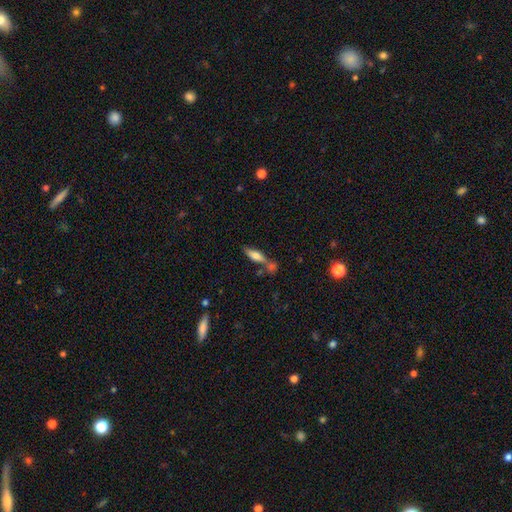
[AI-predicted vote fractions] This is likely a smooth galaxy (66%). How rounded: possibly cigar-shaped (49%). Merging: possibly none (51%).